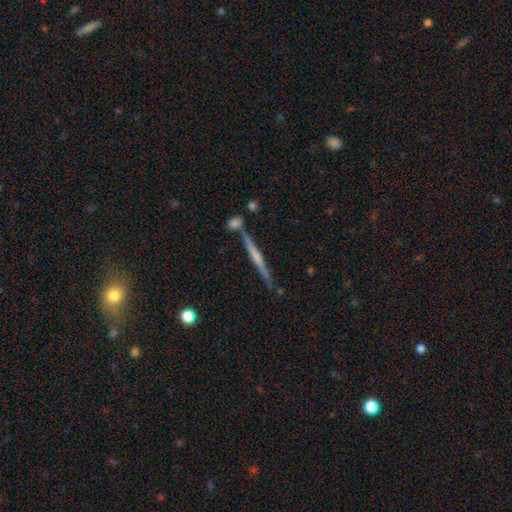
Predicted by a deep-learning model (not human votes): smooth-or-featured: featured or disk: 65% | smooth: 28% | star or artifact: 7%
  disk-edge-on: yes: 97% | no: 3%
    edge-on-bulge: none: 46% | rounded: 35% | boxy: 19%
  merging: none: 77% | merger: 10% | minor disturbance: 10% | major disturbance: 3%